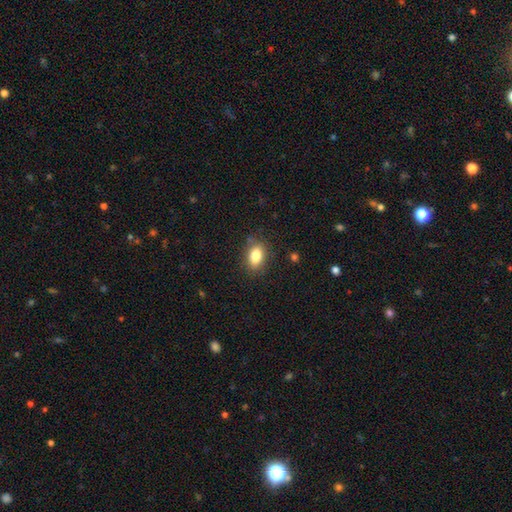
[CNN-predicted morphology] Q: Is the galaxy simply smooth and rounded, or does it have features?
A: smooth — 84%.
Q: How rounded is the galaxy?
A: in between — 86%.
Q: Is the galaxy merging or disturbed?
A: none — 81%.